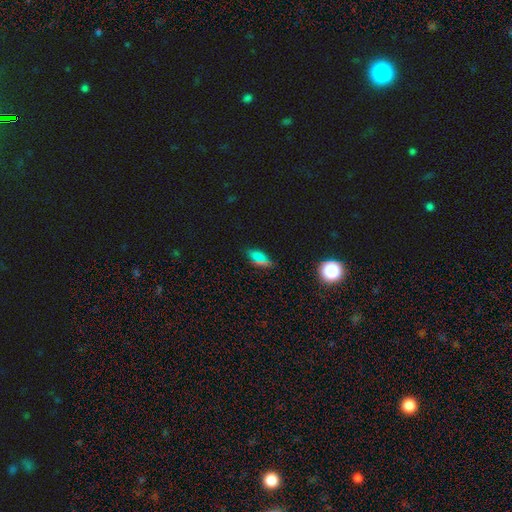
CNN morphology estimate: Q: Smooth or featured?
A: smooth (52%); runner-up: star or artifact (36%)
Q: How rounded?
A: in between (68%); runner-up: cigar-shaped (18%)
Q: Merging?
A: none (71%); runner-up: minor disturbance (15%)